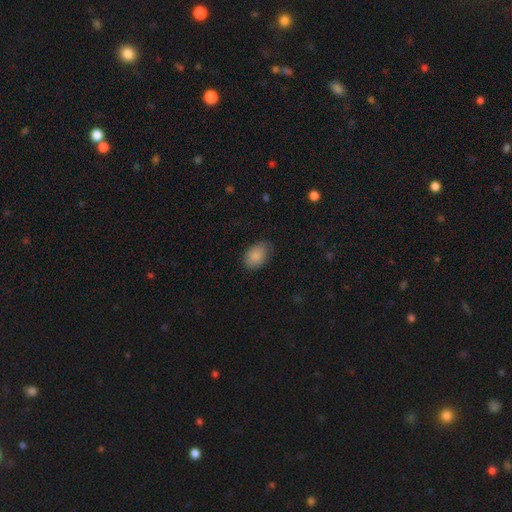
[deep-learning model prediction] Smooth or featured? smooth (86%)
How rounded? in between (83%)
Merging? none (77%)